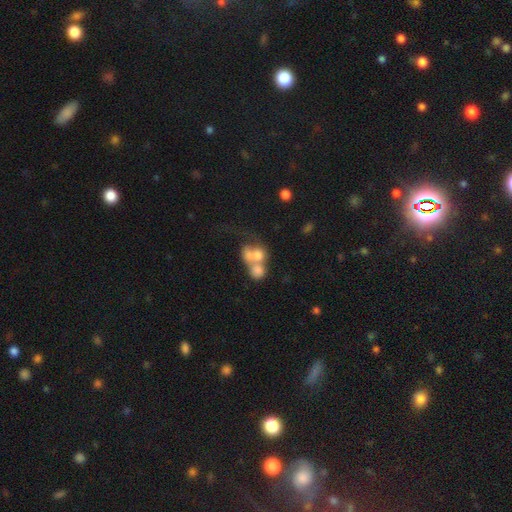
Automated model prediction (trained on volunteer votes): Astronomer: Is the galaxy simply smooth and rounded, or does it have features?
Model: smooth — 61%.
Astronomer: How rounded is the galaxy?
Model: round — 62%.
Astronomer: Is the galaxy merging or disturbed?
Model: merger — 69%.